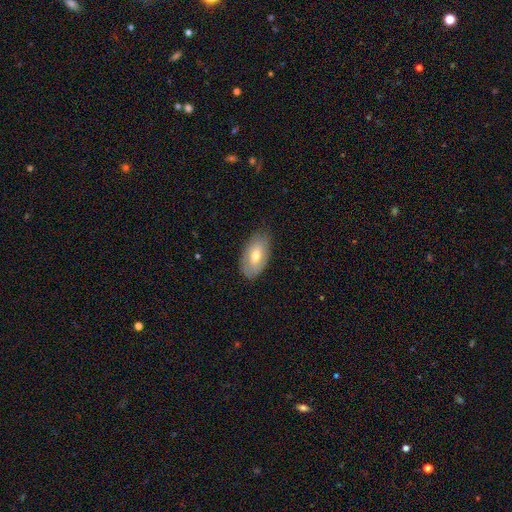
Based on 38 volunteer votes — A smooth galaxy with no disk features (55%) that is in between round and cigar-shaped (100%). Merging: none (84%).